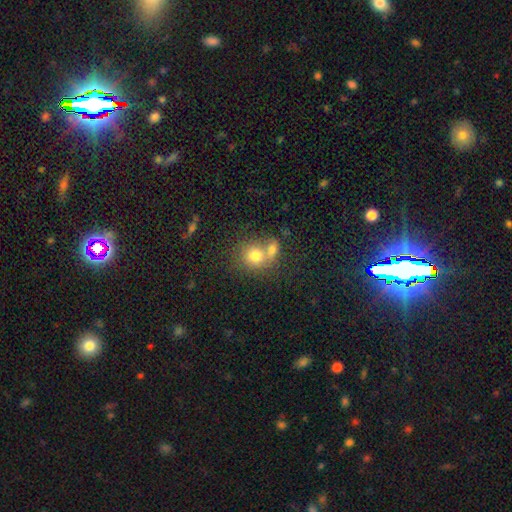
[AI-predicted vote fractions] A smooth galaxy with no disk features (73%) that is round (74%). Merging: merger (55%).